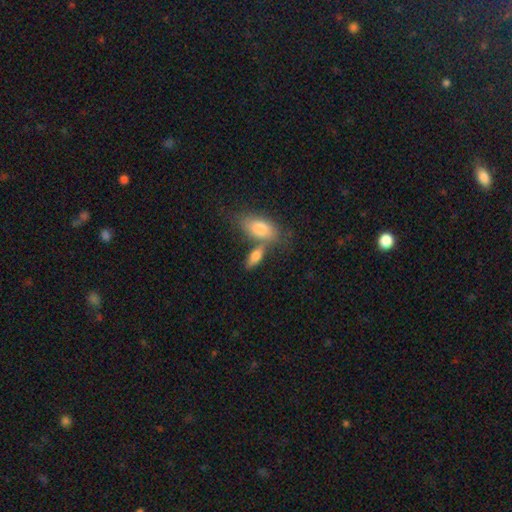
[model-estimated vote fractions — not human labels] Smooth or featured? Predicted: smooth (p=0.78). How rounded? Predicted: in between (p=0.77). Merging? Predicted: none (p=0.48).